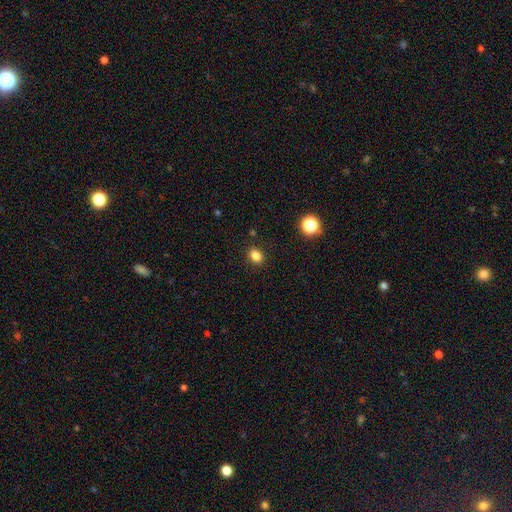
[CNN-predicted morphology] smooth 83%, star or artifact 13%, featured or disk 5%. Down the decision tree: how rounded — in between (55%); merging — none (88%).